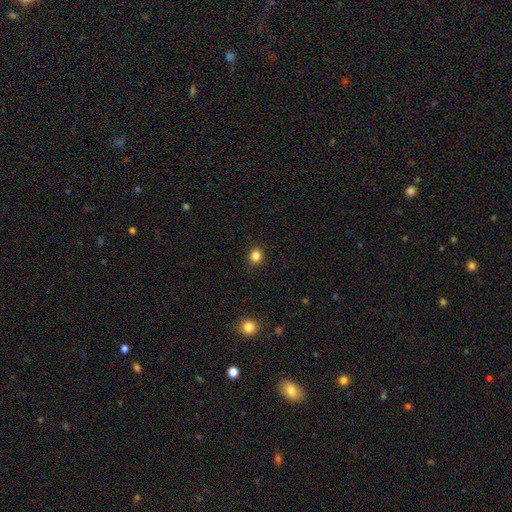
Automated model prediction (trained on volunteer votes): A smooth galaxy with no disk features (85%) that is round (73%).

Vote fractions:
- Smooth or featured? smooth: 85% / star or artifact: 11% / featured or disk: 4%
- How rounded? round: 73% / in between: 27% / cigar-shaped: 1%
- Merging? none: 91% / minor disturbance: 6% / major disturbance: 2% / merger: 1%